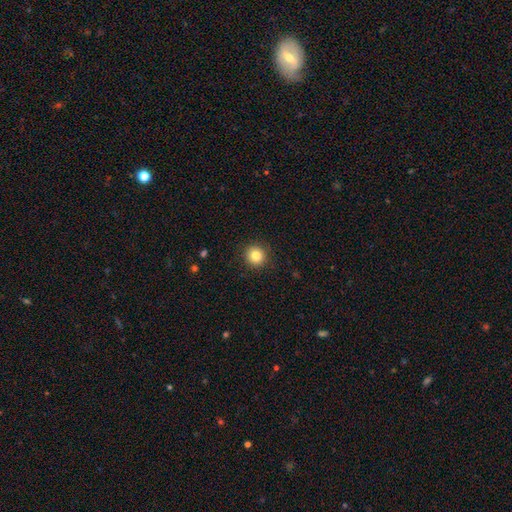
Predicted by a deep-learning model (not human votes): The model was most divided on "smooth or featured": smooth: 83%, star or artifact: 11%, featured or disk: 6%. More confident: how rounded — round (94%); merging — none (91%).